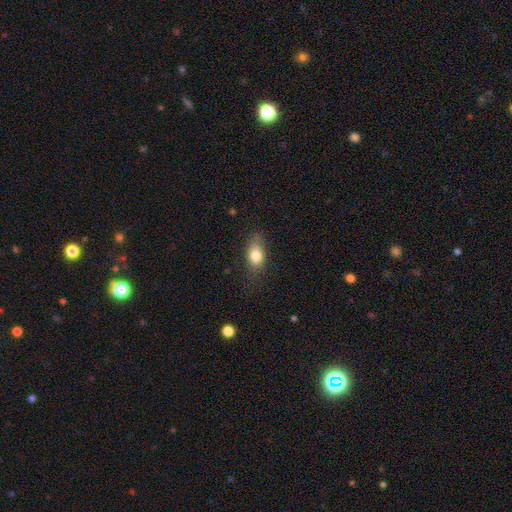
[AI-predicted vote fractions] Smooth or featured: smooth — 80% (featured or disk — 12%)
How rounded: in between — 82% (round — 13%)
Merging: none — 67% (minor disturbance — 24%)